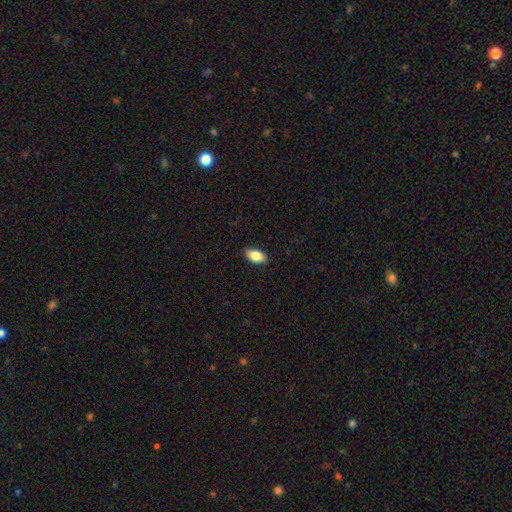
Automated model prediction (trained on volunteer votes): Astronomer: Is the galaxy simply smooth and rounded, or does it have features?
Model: smooth — 85%.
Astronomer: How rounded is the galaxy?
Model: in between — 93%.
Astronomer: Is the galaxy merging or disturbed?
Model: none — 89%.